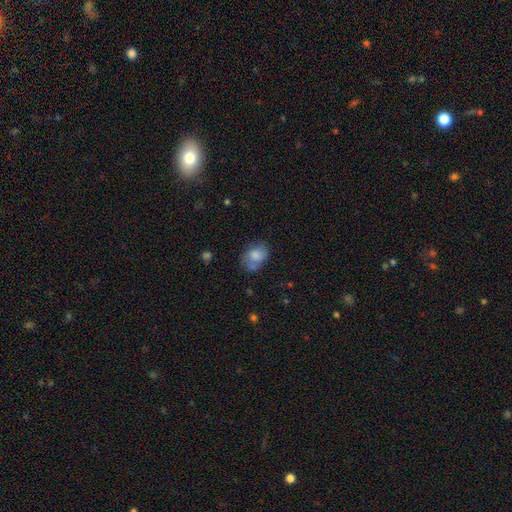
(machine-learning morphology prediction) This is likely a smooth galaxy (73%). How rounded: likely in between (70%). Merging: possibly none (49%).